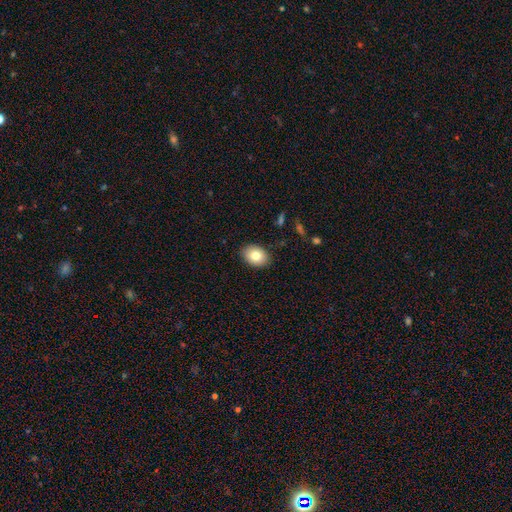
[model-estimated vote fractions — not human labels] Smooth or featured? Predicted: smooth (p=0.81). How rounded? Predicted: in between (p=0.74). Merging? Predicted: none (p=0.88).